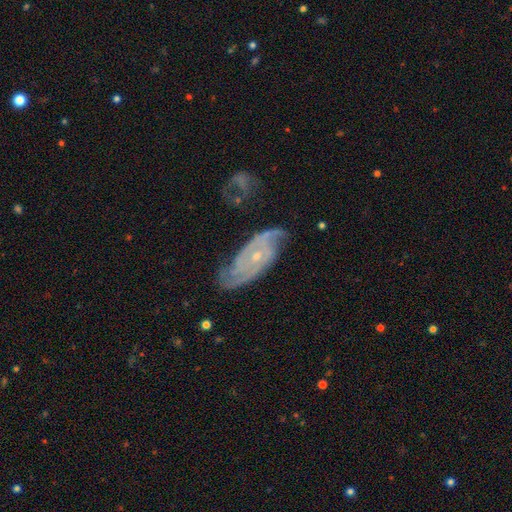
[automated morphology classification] A featured or disk galaxy (86%) with no bar (69%), 2 (45%) tight (57%) spiral arms (97%) and a small central bulge (76%).

Vote fractions:
- Smooth or featured? featured or disk: 86% / smooth: 7% / star or artifact: 7%
- Edge-on disk? no: 93% / yes: 7%
- Bar? no: 69% / weak: 24% / strong: 7%
- Spiral arms? yes: 97% / no: 3%
- Spiral winding? tight: 57% / medium: 34% / loose: 9%
- Spiral arm count? 2: 45% / 3: 21% / can't tell: 17% / 4: 7% / 1: 4% / more than 4: 4%
- Bulge size? small: 76% / moderate: 20% / none: 2% / large: 1% / dominant: 1%
- Merging? none: 70% / minor disturbance: 20% / major disturbance: 7% / merger: 3%